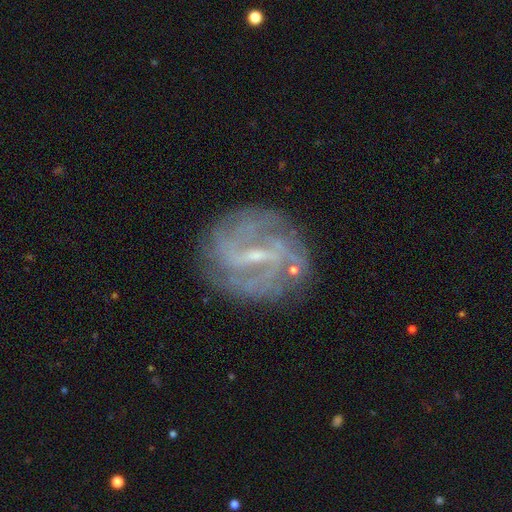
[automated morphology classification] featured or disk 84%, smooth 8%, star or artifact 7%. Down the decision tree: edge-on disk — no (96%); bar — strong (49%); spiral arms — yes (89%); spiral arm count — 2 (42%); spiral winding — tight (44%); bulge size — small (68%); merging — none (77%).